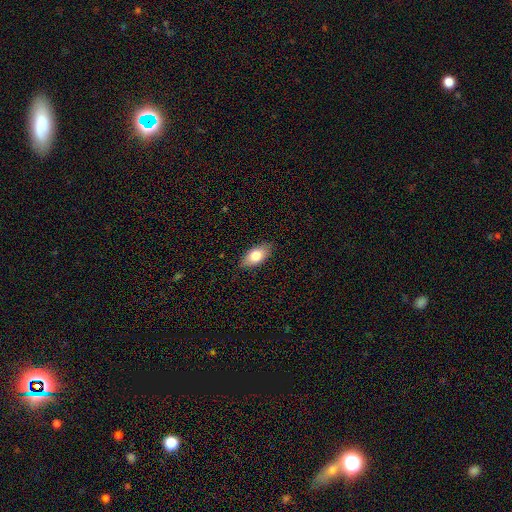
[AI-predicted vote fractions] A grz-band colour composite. It shows a smooth galaxy with no disk features (76%) that is in between round and cigar-shaped (89%). Merging: none (85%).